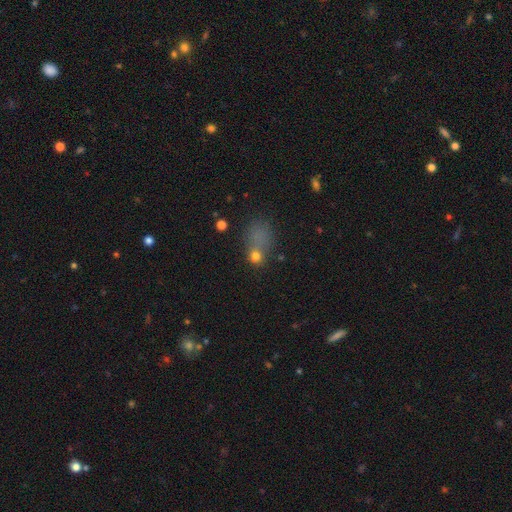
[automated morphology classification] Smooth or featured? Predicted: smooth (p=0.69). How rounded? Predicted: round (p=0.49). Merging? Predicted: major disturbance (p=0.30).